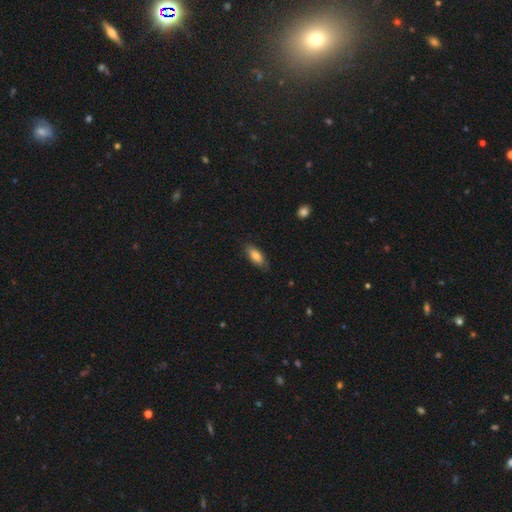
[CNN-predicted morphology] Smooth or featured? smooth (81%)
How rounded? in between (83%)
Merging? none (83%)